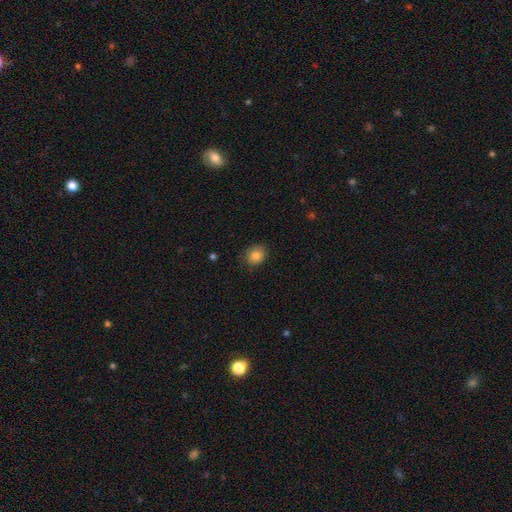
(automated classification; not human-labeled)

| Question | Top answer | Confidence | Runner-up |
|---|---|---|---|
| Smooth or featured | smooth | 85% | star or artifact (10%) |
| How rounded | round | 68% | in between (31%) |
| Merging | none | 79% | minor disturbance (16%) |